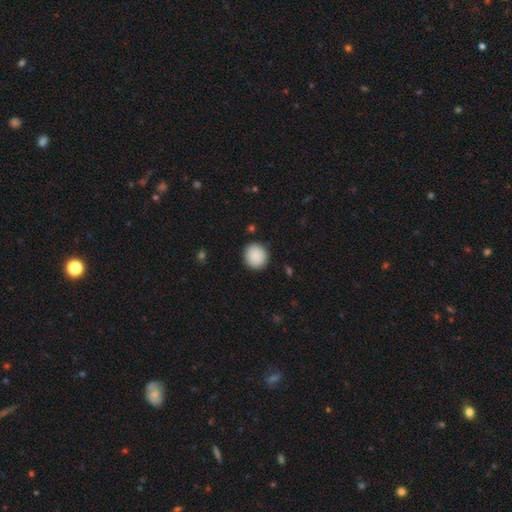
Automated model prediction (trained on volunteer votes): A smooth galaxy with no disk features (90%) that is round (90%). Merging: none (91%).